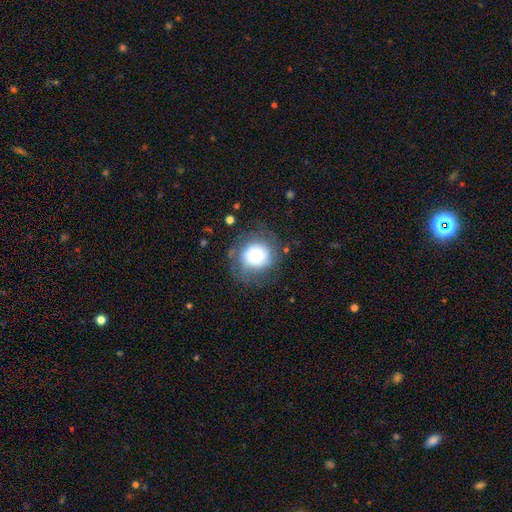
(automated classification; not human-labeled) This is possibly a smooth galaxy (52%). How rounded: clearly round (87%). Merging: likely none (65%).